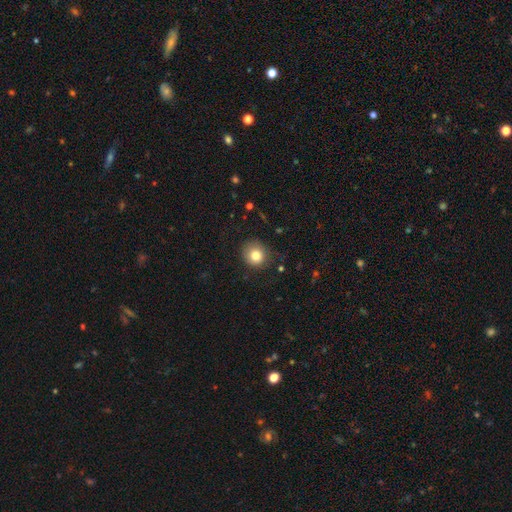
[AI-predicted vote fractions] A smooth galaxy with no disk features (80%) that is round (89%). Merging: none (80%).